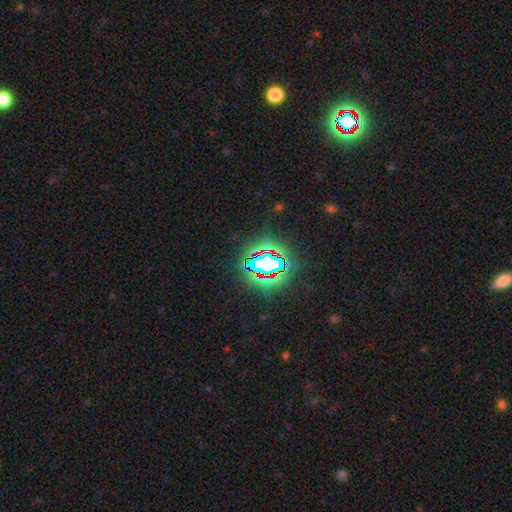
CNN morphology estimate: smooth_or_featured: star or artifact (p=0.73) [alt: smooth p=0.16]